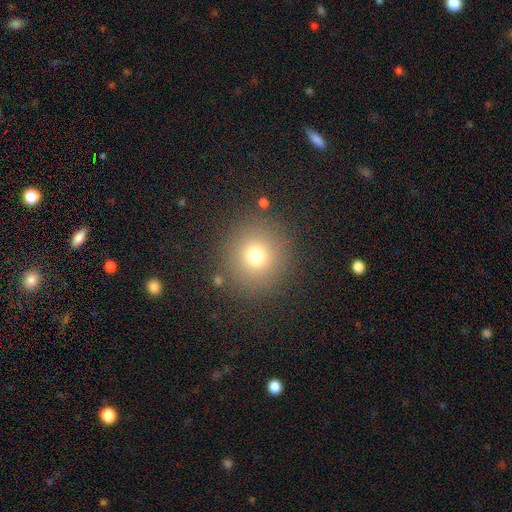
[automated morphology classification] This appears to be a smooth galaxy with no disk features (72%) that is round (94%). Merging: none (87%).